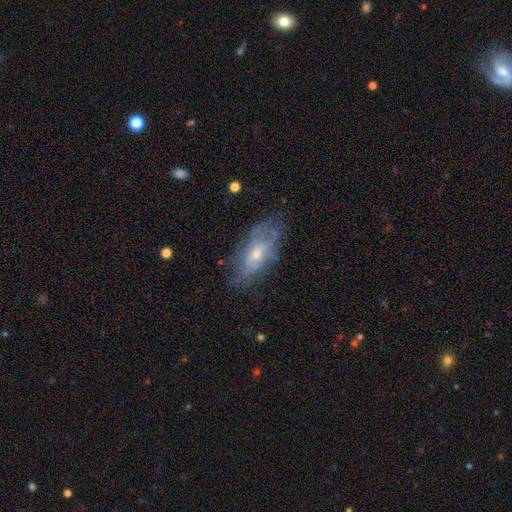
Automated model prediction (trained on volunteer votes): smooth-or-featured: featured or disk: 55% | smooth: 32% | star or artifact: 14%
  disk-edge-on: no: 79% | yes: 21%
  merging: none: 72% | minor disturbance: 19% | major disturbance: 7% | merger: 2%